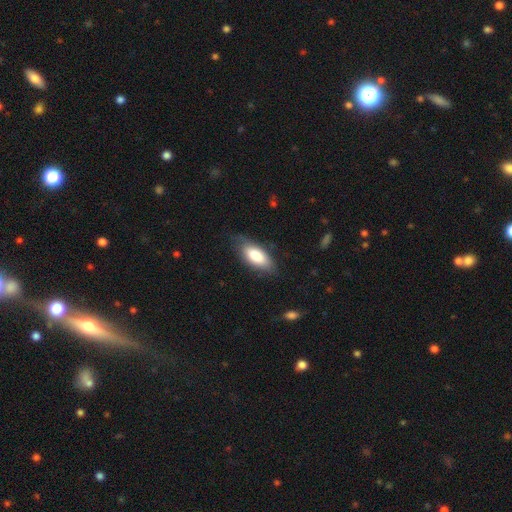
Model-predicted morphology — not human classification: Overall: smooth (78%). How rounded: in between (84%). Merging: none (70%).